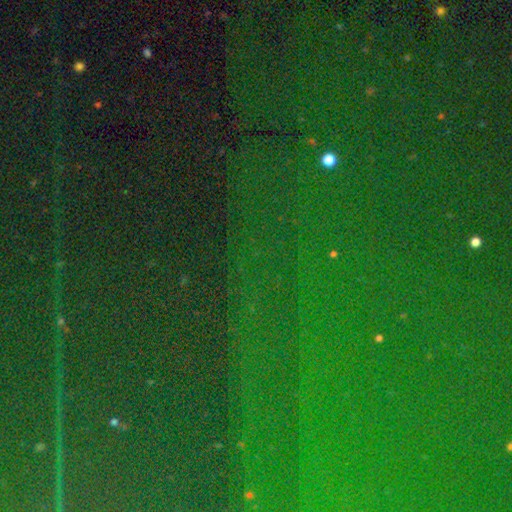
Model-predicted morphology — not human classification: star or artifact 85%, smooth 8%, featured or disk 7%.